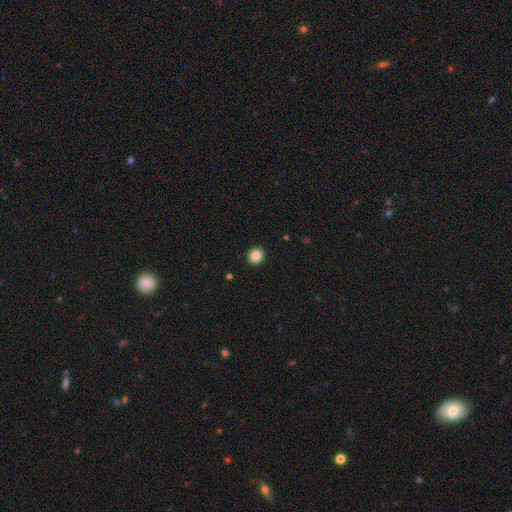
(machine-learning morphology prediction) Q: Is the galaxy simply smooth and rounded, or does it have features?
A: smooth — 86%.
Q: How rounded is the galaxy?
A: round — 92%.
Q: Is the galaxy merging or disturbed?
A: none — 93%.